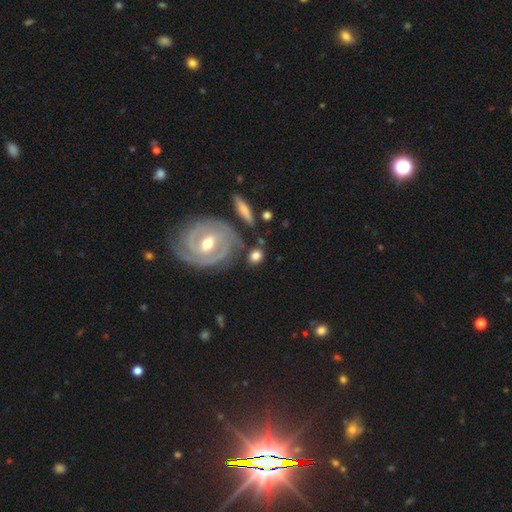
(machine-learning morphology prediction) Q: Smooth or featured?
A: smooth (65%); runner-up: featured or disk (28%)
Q: How rounded?
A: round (54%); runner-up: in between (43%)
Q: Merging?
A: none (68%); runner-up: minor disturbance (16%)